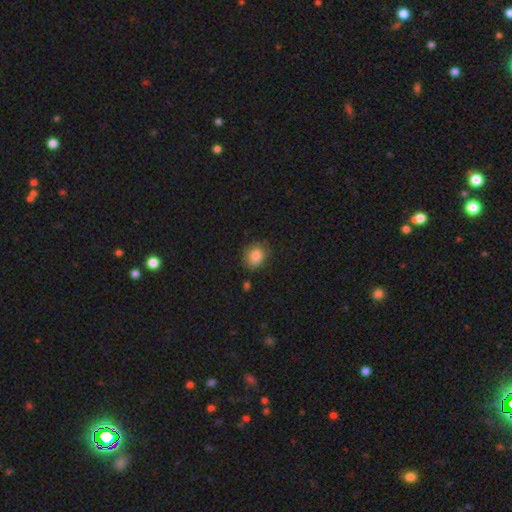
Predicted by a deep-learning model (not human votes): smooth-or-featured: smooth: 83% | star or artifact: 9% | featured or disk: 8%
  how-rounded: round: 58% | in between: 41% | cigar-shaped: 1%
  merging: none: 74% | minor disturbance: 19% | major disturbance: 4% | merger: 2%